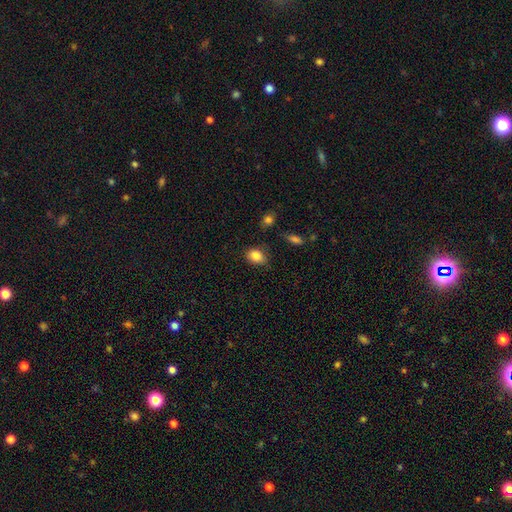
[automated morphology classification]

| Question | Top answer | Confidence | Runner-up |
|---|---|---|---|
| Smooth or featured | smooth | 85% | star or artifact (9%) |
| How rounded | in between | 68% | round (31%) |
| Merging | none | 73% | minor disturbance (20%) |